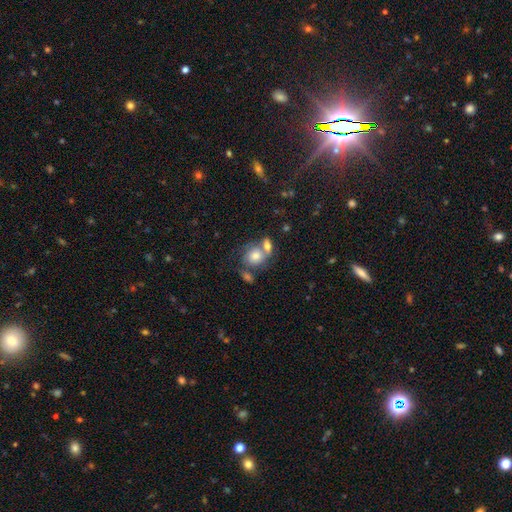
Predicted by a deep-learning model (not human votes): Smooth or featured?
  - smooth: 63% *
  - featured or disk: 26%
  - star or artifact: 11%
How rounded?
  - round: 63% *
  - in between: 36%
  - cigar-shaped: 1%
Merging?
  - merger: 43% *
  - none: 36%
  - minor disturbance: 13%
  - major disturbance: 8%